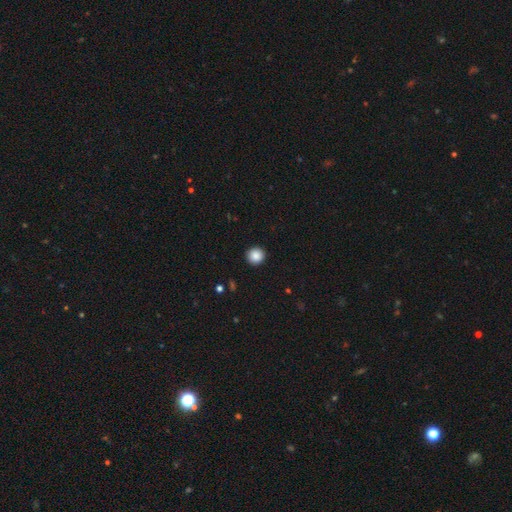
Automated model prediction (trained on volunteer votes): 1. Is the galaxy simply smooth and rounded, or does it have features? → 88% smooth, 9% star or artifact, 3% featured or disk.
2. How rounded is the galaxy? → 93% round, 6% in between, 1% cigar-shaped.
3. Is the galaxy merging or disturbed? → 93% none, 5% minor disturbance, 2% major disturbance, 1% merger.